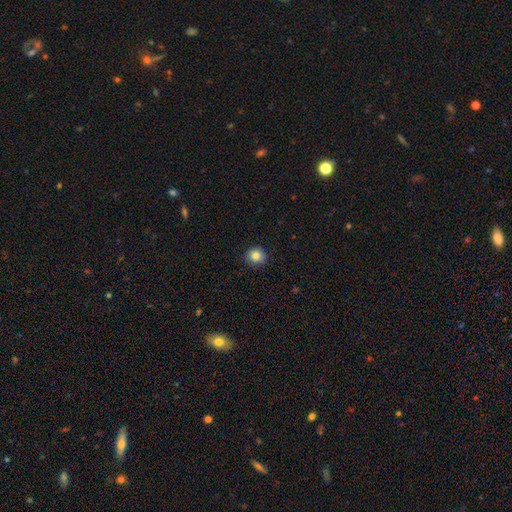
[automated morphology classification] smooth_or_featured: smooth (p=0.84) [alt: star or artifact p=0.10]
how_rounded: round (p=0.87) [alt: in between p=0.12]
merging: none (p=0.88) [alt: minor disturbance p=0.09]